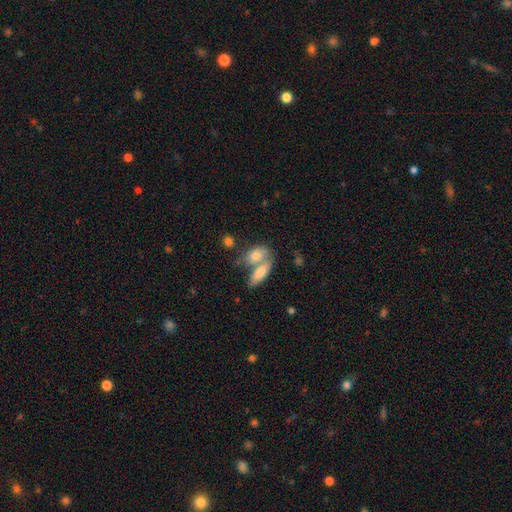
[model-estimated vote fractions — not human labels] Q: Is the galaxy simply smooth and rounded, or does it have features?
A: smooth — 77%.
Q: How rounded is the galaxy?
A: in between — 83%.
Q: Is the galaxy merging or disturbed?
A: merger — 59%.